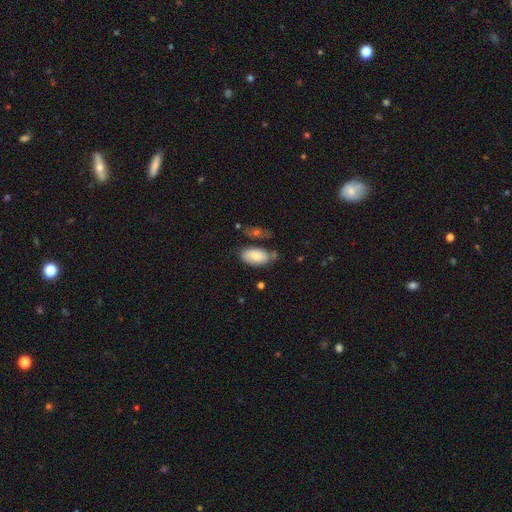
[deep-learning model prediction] Smooth or featured: smooth — 78% (featured or disk — 15%)
How rounded: in between — 94% (round — 3%)
Merging: none — 55% (minor disturbance — 26%)